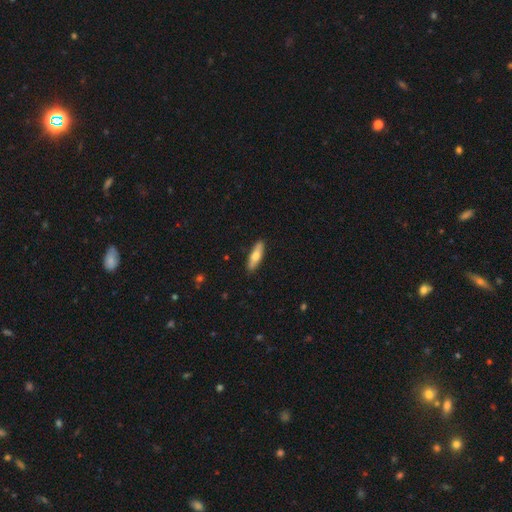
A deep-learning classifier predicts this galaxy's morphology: Smooth or featured?
  - smooth: 63% *
  - featured or disk: 31%
  - star or artifact: 6%
How rounded?
  - cigar-shaped: 61% *
  - in between: 37%
  - round: 2%
Merging?
  - none: 89% *
  - minor disturbance: 8%
  - major disturbance: 2%
  - merger: 1%